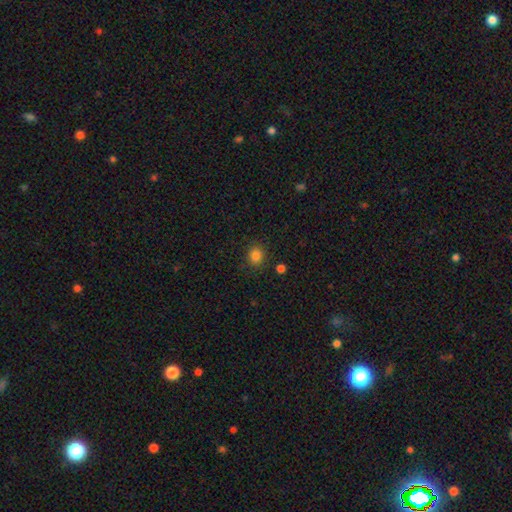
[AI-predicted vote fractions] The model was most divided on "how rounded": round: 72%, in between: 27%, cigar-shaped: 1%. More confident: merging — none (86%); smooth or featured — smooth (84%).